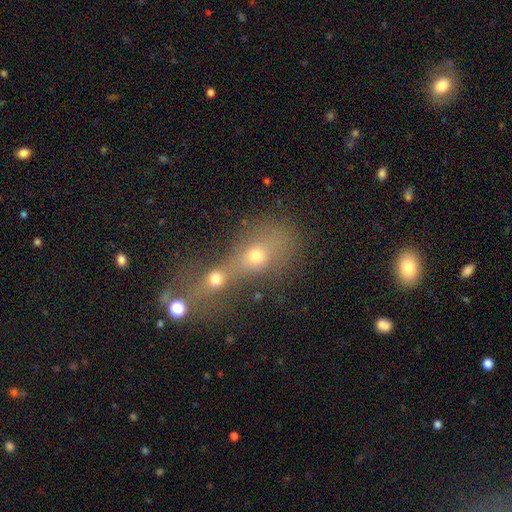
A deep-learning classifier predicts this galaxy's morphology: Q: Smooth or featured?
A: smooth (54%); runner-up: featured or disk (25%)
Q: How rounded?
A: round (53%); runner-up: in between (43%)
Q: Merging?
A: merger (74%); runner-up: none (14%)